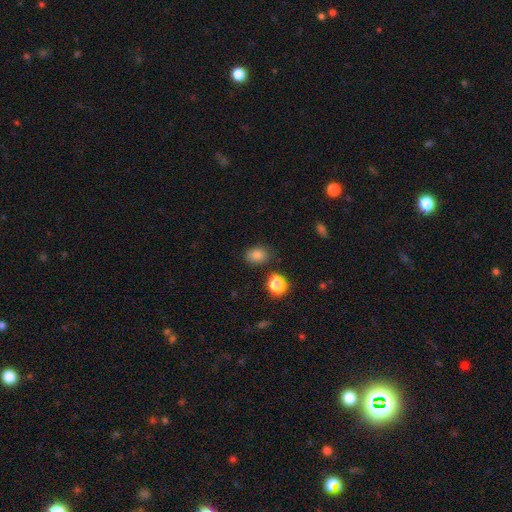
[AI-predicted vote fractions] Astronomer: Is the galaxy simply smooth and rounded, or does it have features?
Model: smooth — 81%.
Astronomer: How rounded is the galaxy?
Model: in between — 62%.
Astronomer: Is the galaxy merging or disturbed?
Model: none — 79%.